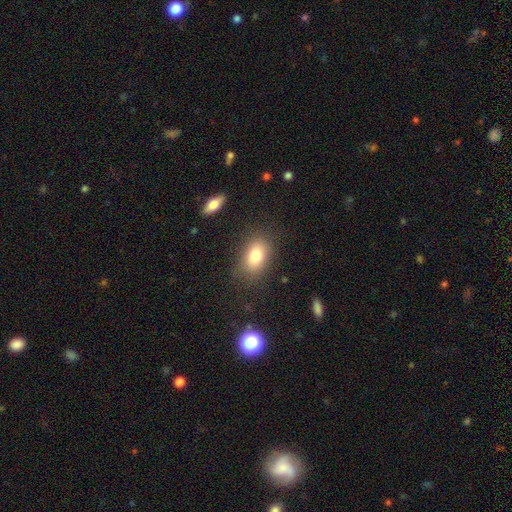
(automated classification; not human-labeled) A smooth galaxy with no disk features (79%) that is in between round and cigar-shaped (83%). Merging: none (79%).